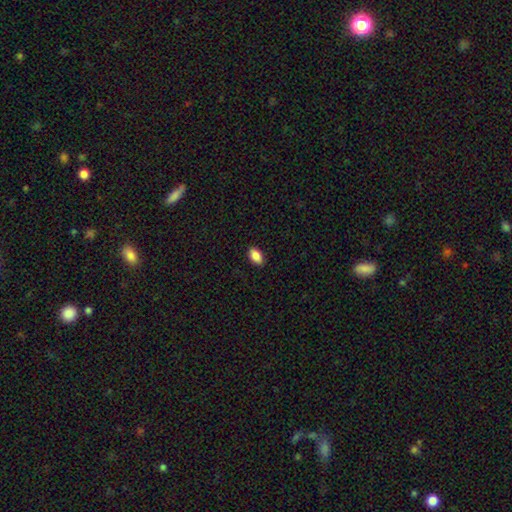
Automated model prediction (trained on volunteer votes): A smooth galaxy with no disk features (88%) that is in between round and cigar-shaped (92%). Merging: none (89%).